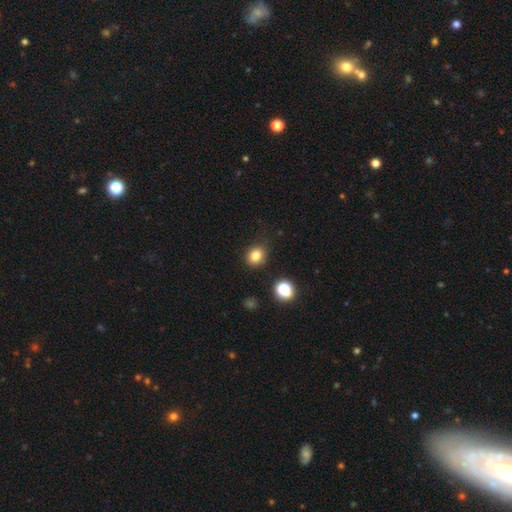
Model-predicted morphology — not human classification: smooth 81%, star or artifact 13%, featured or disk 6%. Down the decision tree: how rounded — round (68%); merging — none (84%).